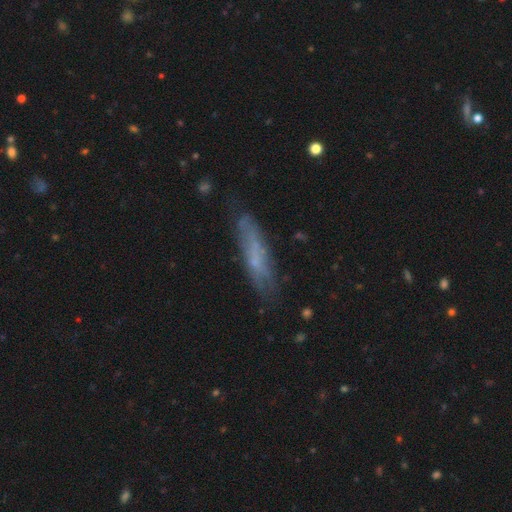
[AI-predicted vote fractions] smooth 50%, featured or disk 41%, star or artifact 9%. Down the decision tree: how rounded — cigar-shaped (78%); merging — none (69%).